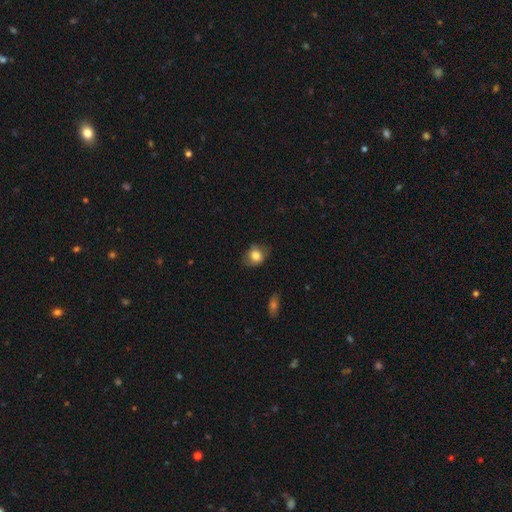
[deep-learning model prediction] This appears to be a smooth galaxy with no disk features (78%) that is round (55%). Merging: none (67%).